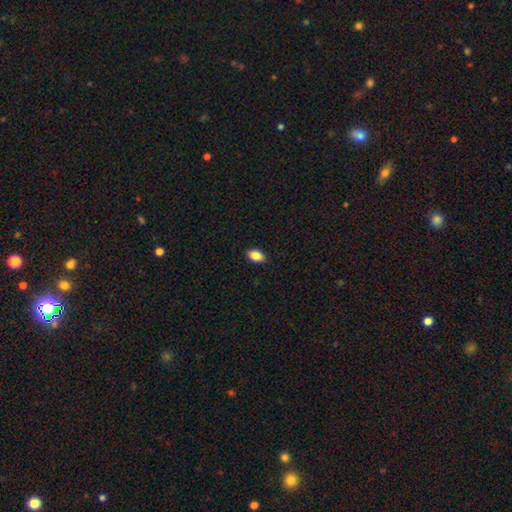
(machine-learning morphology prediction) A smooth galaxy with no disk features (88%) that is in between round and cigar-shaped (90%). Merging: none (90%).